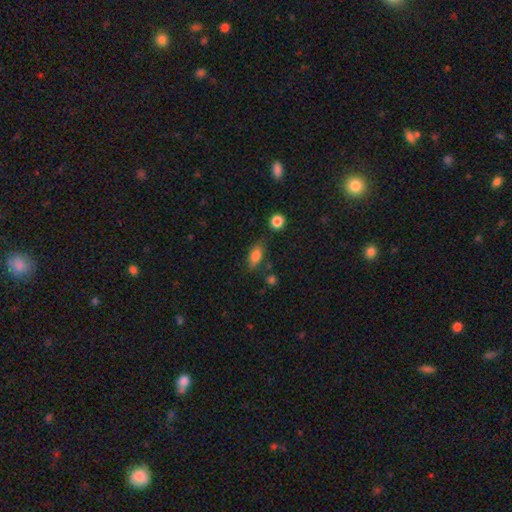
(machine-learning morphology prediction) Overall: smooth (81%). How rounded: in between (83%). Merging: none (72%).